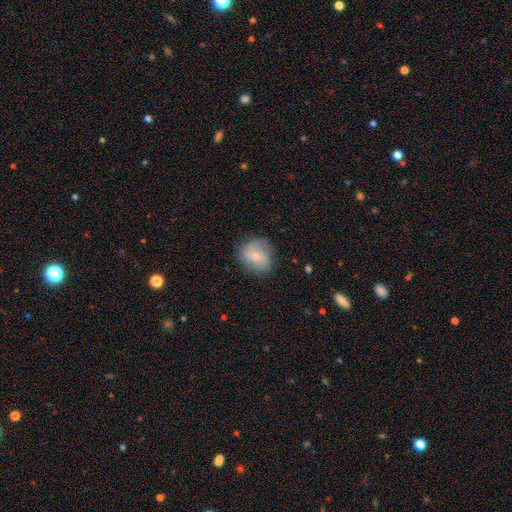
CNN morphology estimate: A smooth galaxy with no disk features (60%) that is round (72%). Merging: none (67%).